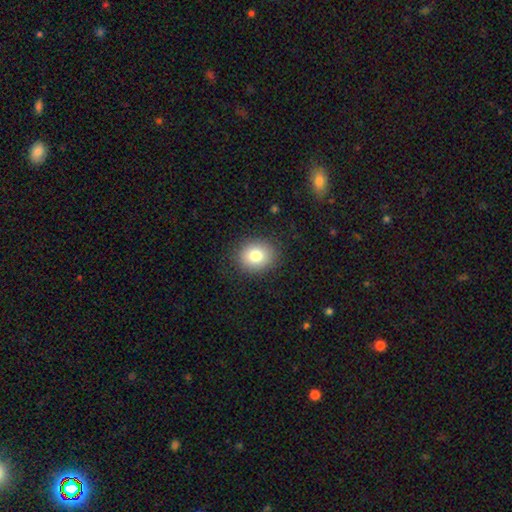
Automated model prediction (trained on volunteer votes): smooth-or-featured: smooth: 81% | star or artifact: 10% | featured or disk: 9%
  how-rounded: round: 72% | in between: 27% | cigar-shaped: 1%
  merging: none: 88% | minor disturbance: 8% | major disturbance: 3% | merger: 1%